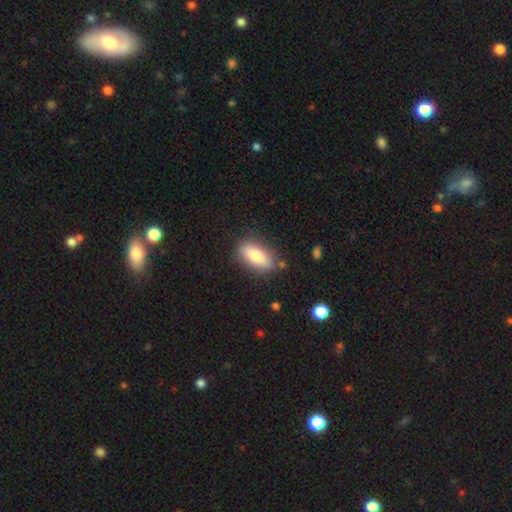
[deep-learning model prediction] Smooth or featured: smooth — 76% (featured or disk — 18%)
How rounded: in between — 77% (cigar-shaped — 20%)
Merging: none — 81% (minor disturbance — 13%)